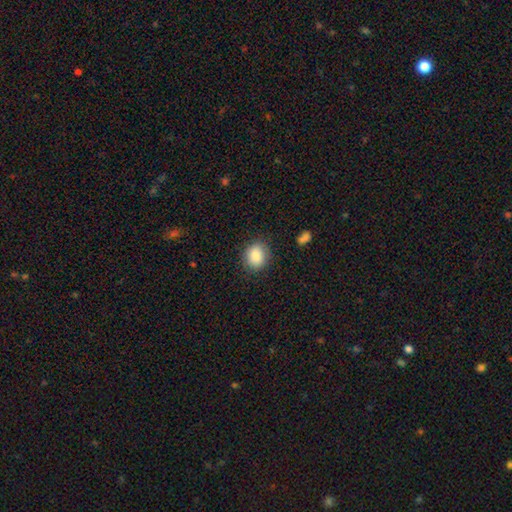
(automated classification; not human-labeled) Smooth or featured? Predicted: smooth (p=0.86). How rounded? Predicted: round (p=0.61). Merging? Predicted: none (p=0.83).